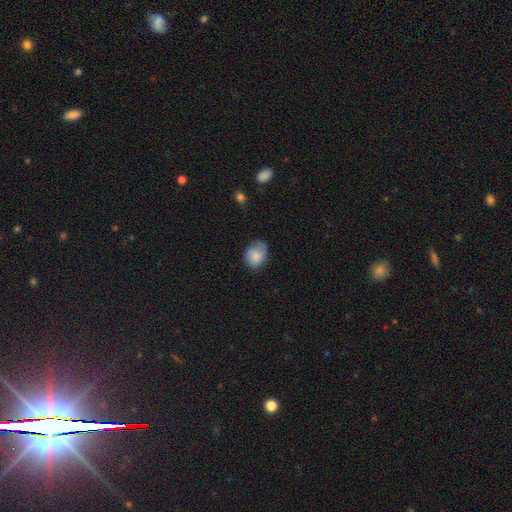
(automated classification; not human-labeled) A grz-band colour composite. It shows a smooth galaxy with no disk features (82%) that is in between round and cigar-shaped (58%). Merging: none (59%).